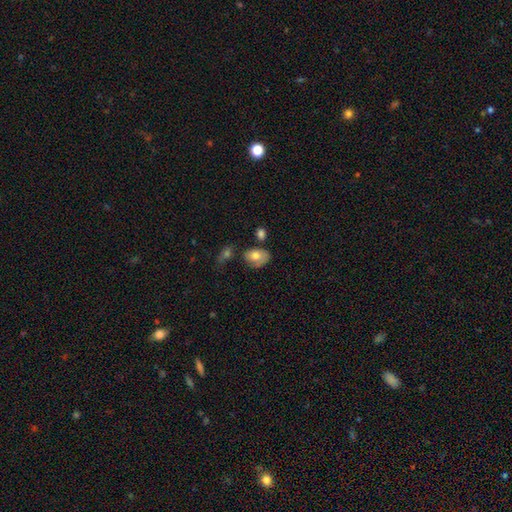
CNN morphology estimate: smooth-or-featured: smooth: 72% | featured or disk: 21% | star or artifact: 7%
  how-rounded: in between: 81% | round: 17% | cigar-shaped: 1%
  merging: none: 43% | minor disturbance: 29% | merger: 14% | major disturbance: 14%